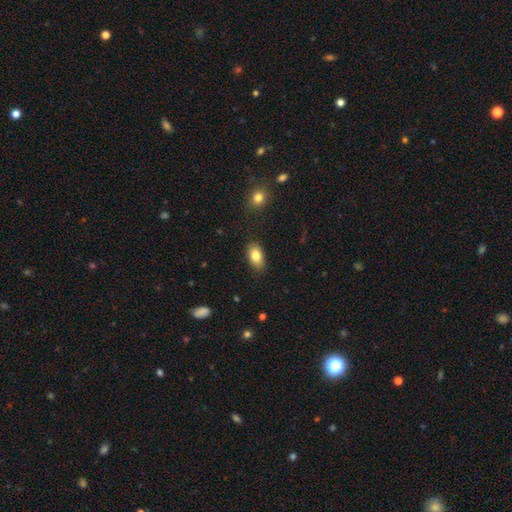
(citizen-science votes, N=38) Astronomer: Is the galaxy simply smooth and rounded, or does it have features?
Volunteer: smooth — 79%.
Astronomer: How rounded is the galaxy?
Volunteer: in between — 87%.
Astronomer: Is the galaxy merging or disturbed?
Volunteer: none — 77%.